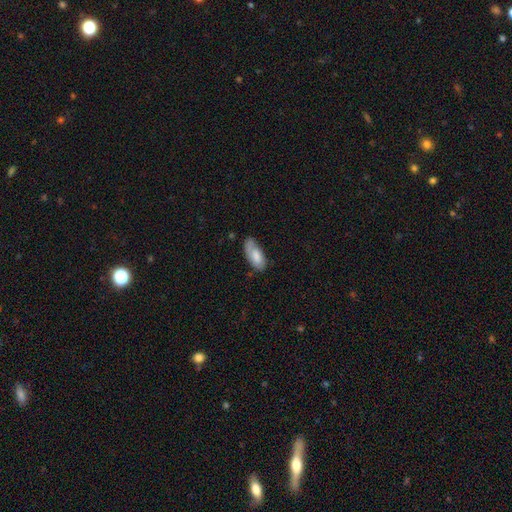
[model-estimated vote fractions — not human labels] A smooth galaxy with no disk features (74%) that is in between round and cigar-shaped (87%). Merging: none (53%).